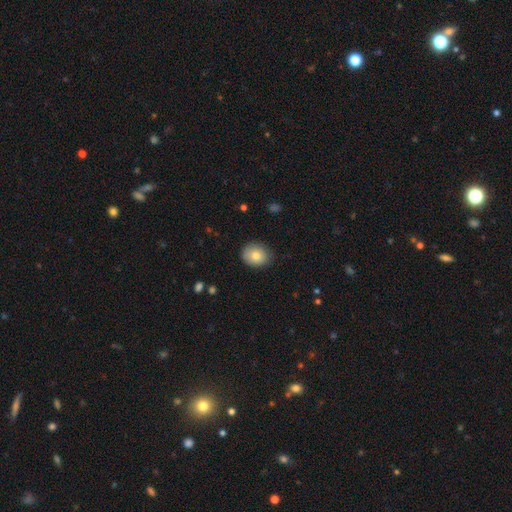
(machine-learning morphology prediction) Smooth or featured? Predicted: smooth (p=0.79). How rounded? Predicted: round (p=0.60). Merging? Predicted: none (p=0.81).